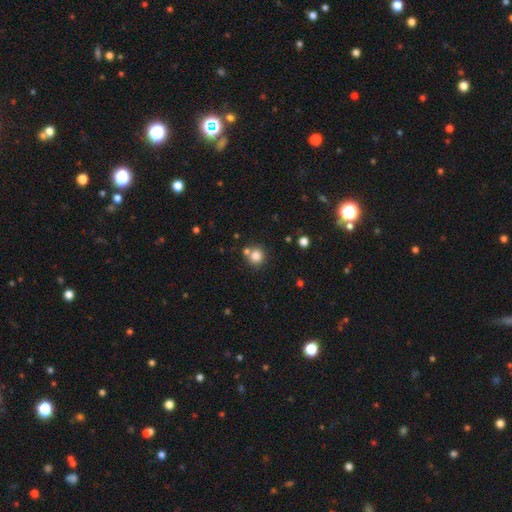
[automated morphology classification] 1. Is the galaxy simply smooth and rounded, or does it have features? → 81% smooth, 12% star or artifact, 7% featured or disk.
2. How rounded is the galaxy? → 90% round, 9% in between, 1% cigar-shaped.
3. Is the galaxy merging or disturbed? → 68% none, 20% merger, 9% minor disturbance, 3% major disturbance.